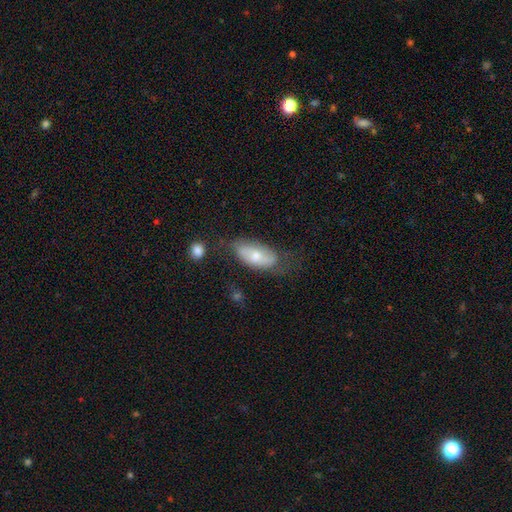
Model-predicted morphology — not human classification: smooth 58%, featured or disk 35%, star or artifact 7%. Down the decision tree: how rounded — in between (84%); merging — none (55%).